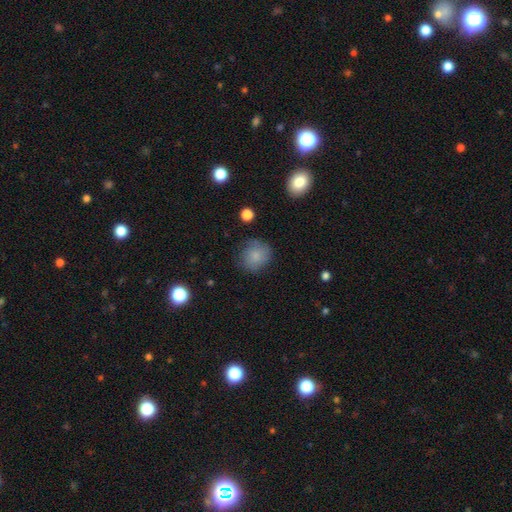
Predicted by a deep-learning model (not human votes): Smooth or featured: smooth — 79% (featured or disk — 12%)
How rounded: round — 86% (in between — 13%)
Merging: none — 74% (minor disturbance — 19%)